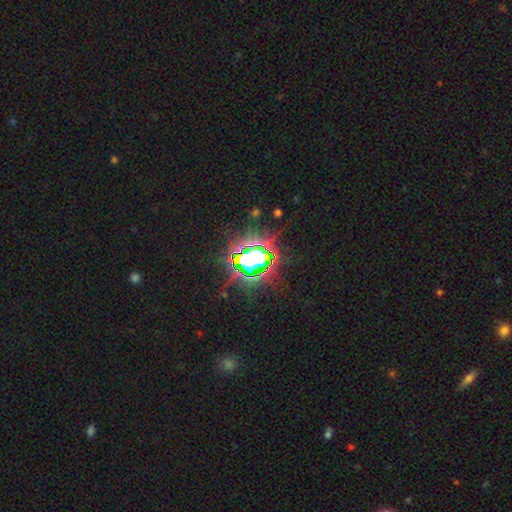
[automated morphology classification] A star or artifact, not a galaxy (78%).